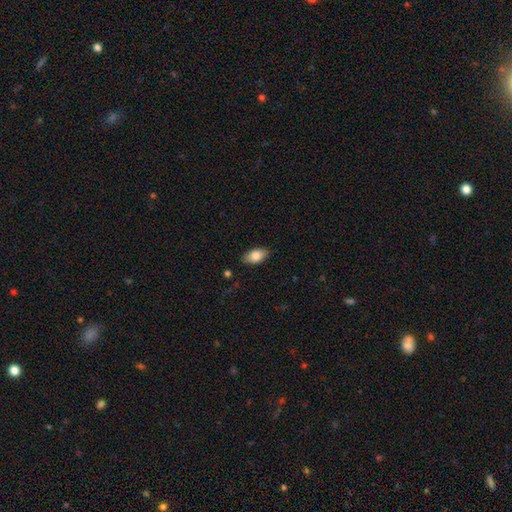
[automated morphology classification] Smooth or featured?
  - smooth: 82% *
  - featured or disk: 11%
  - star or artifact: 7%
How rounded?
  - in between: 92% *
  - round: 5%
  - cigar-shaped: 4%
Merging?
  - none: 87% *
  - minor disturbance: 10%
  - major disturbance: 2%
  - merger: 1%